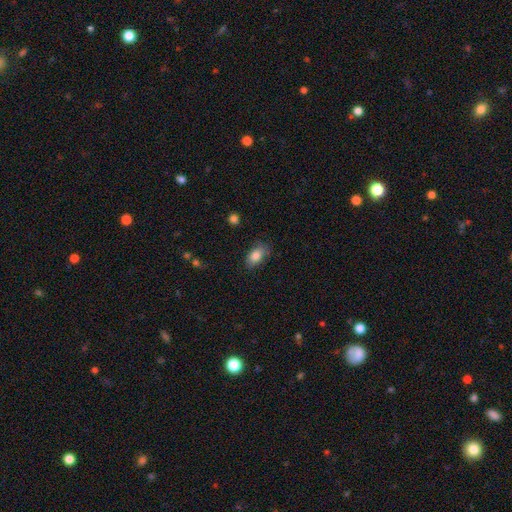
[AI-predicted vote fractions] Smooth or featured?
  - smooth: 85% *
  - star or artifact: 8%
  - featured or disk: 7%
How rounded?
  - in between: 90% *
  - round: 8%
  - cigar-shaped: 3%
Merging?
  - none: 78% *
  - minor disturbance: 17%
  - major disturbance: 4%
  - merger: 1%